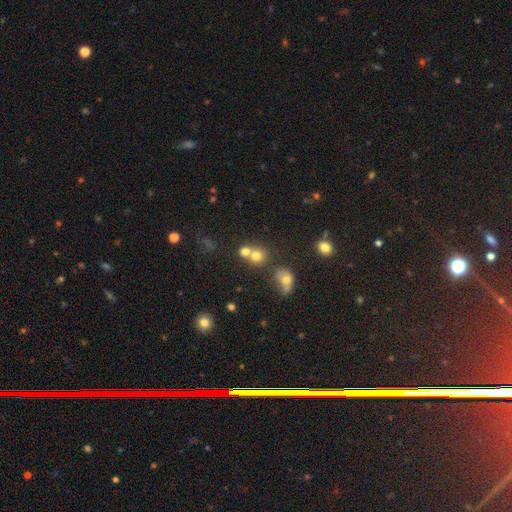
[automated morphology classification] smooth 74%, star or artifact 15%, featured or disk 12%. Down the decision tree: how rounded — round (80%); merging — merger (47%).